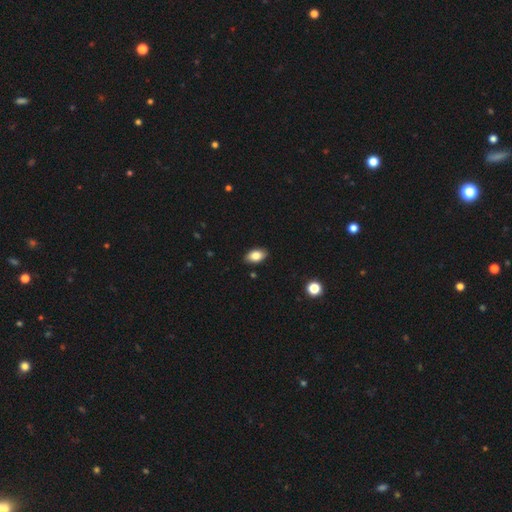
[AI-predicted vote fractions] Q: Smooth or featured?
A: smooth (85%); runner-up: star or artifact (8%)
Q: How rounded?
A: in between (91%); runner-up: round (7%)
Q: Merging?
A: none (88%); runner-up: minor disturbance (9%)